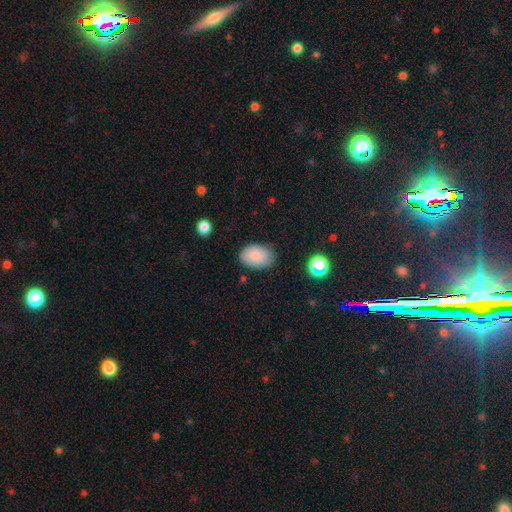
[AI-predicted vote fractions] This is clearly a smooth galaxy (87%). How rounded: clearly in between (88%). Merging: likely none (78%).